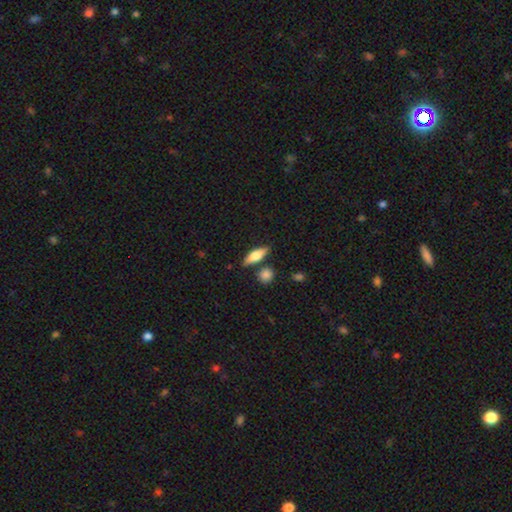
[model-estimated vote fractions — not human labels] The model was most divided on "how rounded": in between: 53%, cigar-shaped: 43%, round: 4%. More confident: merging — none (78%); smooth or featured — smooth (59%).